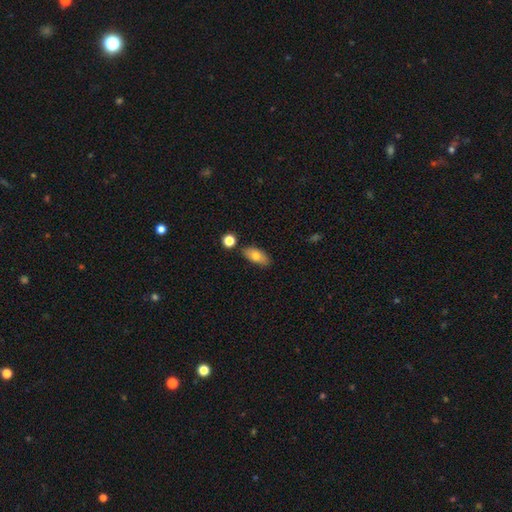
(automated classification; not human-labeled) Morphology: type=smooth (75%); roundness=in between (87%); merging=none (80%).